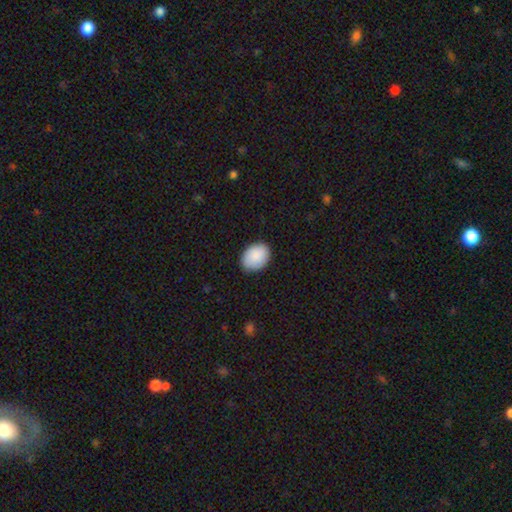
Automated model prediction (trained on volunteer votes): A smooth galaxy with no disk features (90%) that is in between round and cigar-shaped (70%). Merging: none (86%).